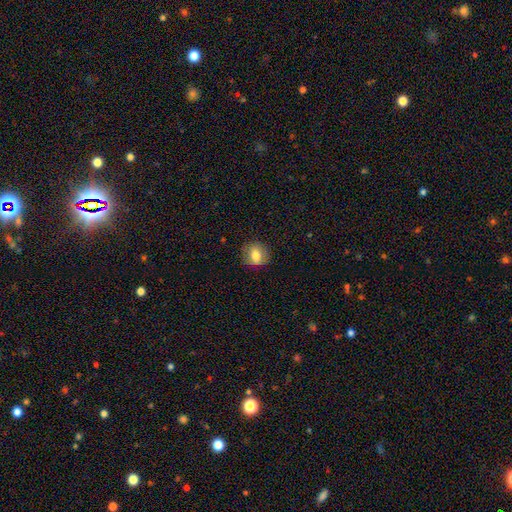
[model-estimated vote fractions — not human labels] Smooth or featured? smooth (70%)
How rounded? round (67%)
Merging? none (83%)